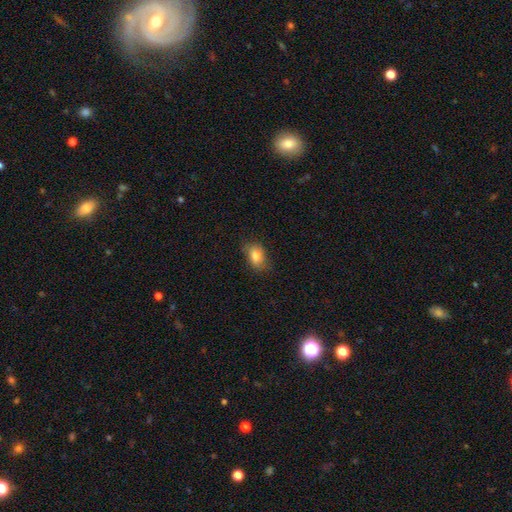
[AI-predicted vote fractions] Smooth or featured? smooth (84%)
How rounded? in between (82%)
Merging? none (72%)